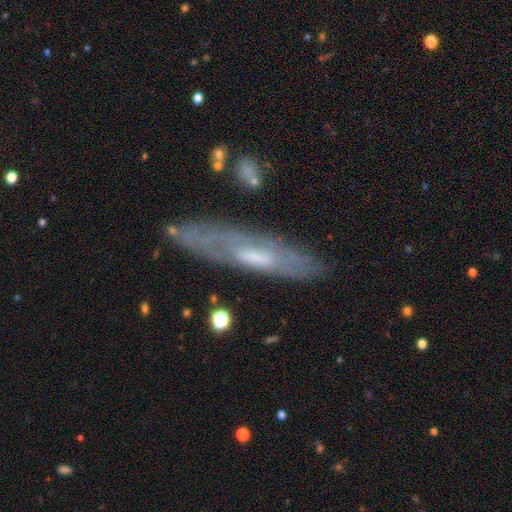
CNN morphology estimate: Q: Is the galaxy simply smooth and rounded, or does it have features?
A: featured or disk — 65%.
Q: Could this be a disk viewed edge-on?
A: yes — 50%, tied with no.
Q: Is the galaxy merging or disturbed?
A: none — 76%.